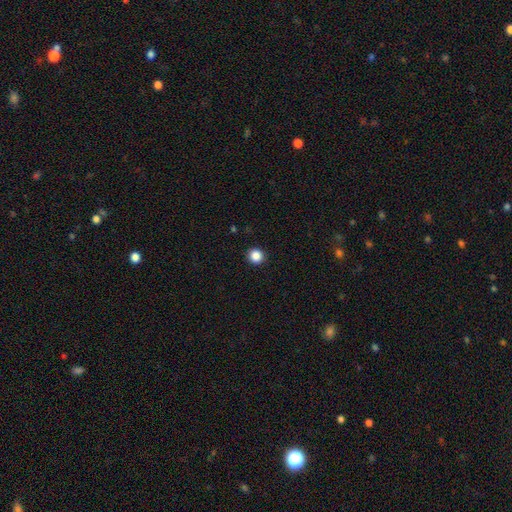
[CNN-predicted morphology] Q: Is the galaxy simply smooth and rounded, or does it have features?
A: smooth — 86%.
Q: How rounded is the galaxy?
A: round — 94%.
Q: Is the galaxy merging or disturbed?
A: none — 93%.